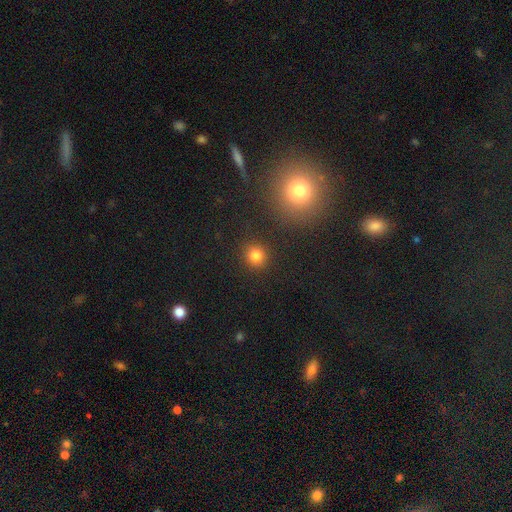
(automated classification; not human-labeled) Morphology: type=smooth (81%); roundness=round (90%); merging=none (88%).